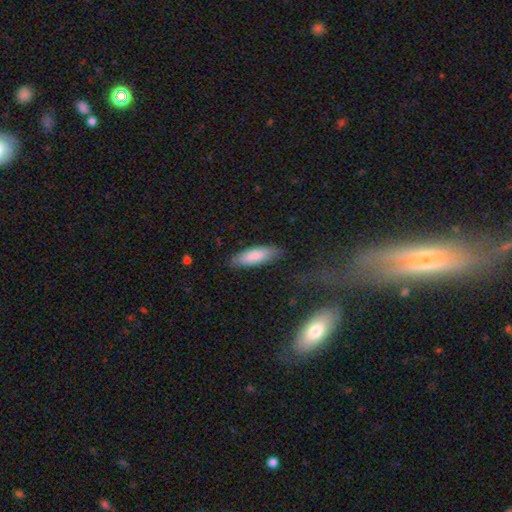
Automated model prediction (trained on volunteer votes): The model was most divided on "how rounded": in between: 56%, cigar-shaped: 42%, round: 1%. More confident: smooth or featured — smooth (84%); merging — none (84%).